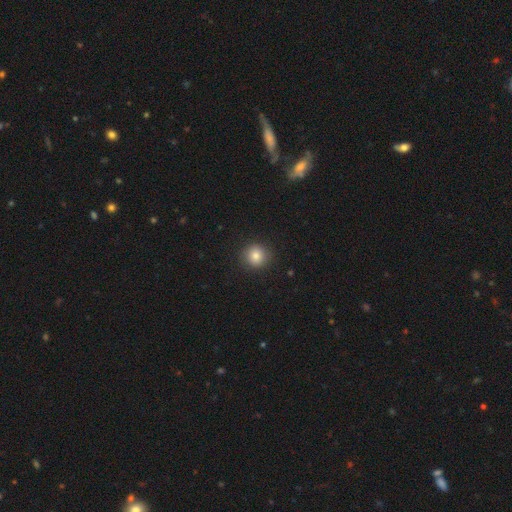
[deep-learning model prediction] Smooth or featured: smooth — 83% (star or artifact — 11%)
How rounded: round — 91% (in between — 8%)
Merging: none — 90% (minor disturbance — 6%)